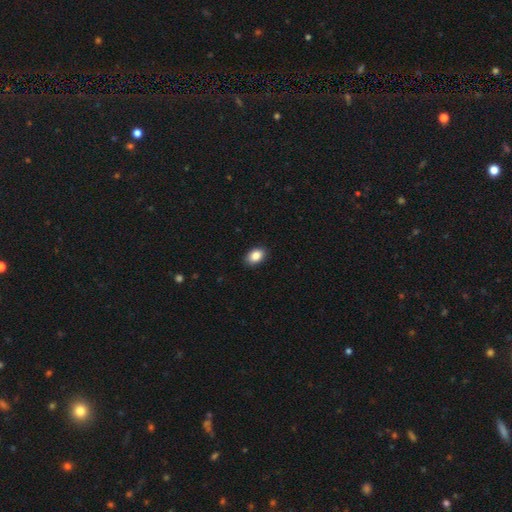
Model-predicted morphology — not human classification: Overall: smooth (87%). How rounded: in between (83%). Merging: none (89%).